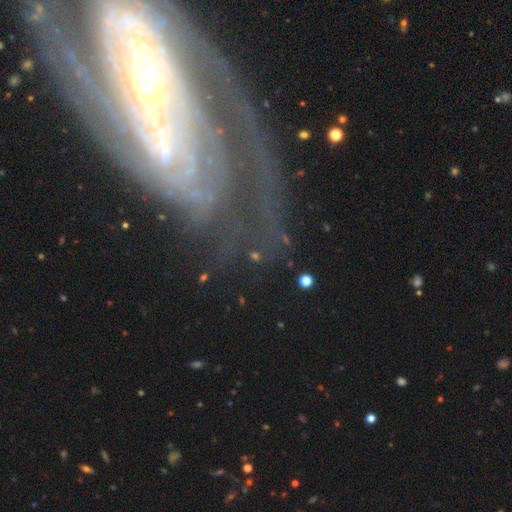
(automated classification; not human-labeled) This appears to be a featured or disk galaxy (45%). Merging: none (63%).